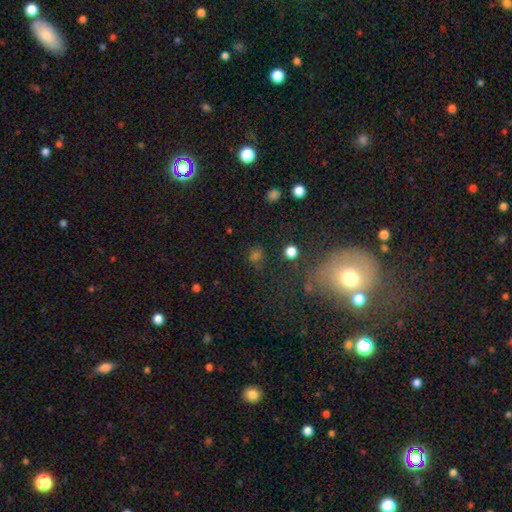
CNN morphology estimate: type=smooth (57%); roundness=round (70%); merging=none (68%).